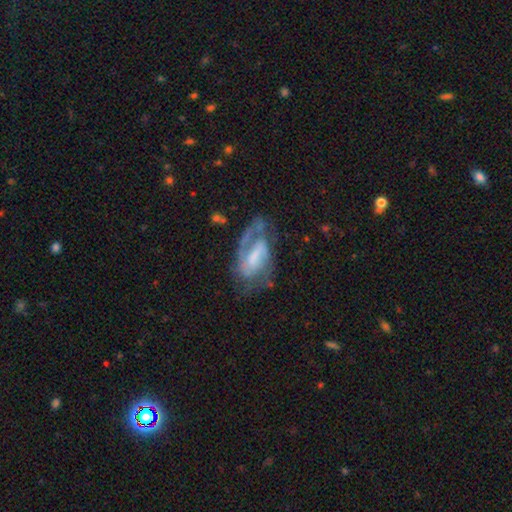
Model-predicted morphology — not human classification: Smooth or featured: featured or disk — 76% (smooth — 17%)
Edge-on disk: no — 96% (yes — 4%)
Bar: weak — 45% (strong — 30%)
Spiral arms: yes — 86% (no — 14%)
Spiral winding: medium — 48% (tight — 30%)
Spiral arm count: 2 — 56% (1 — 20%)
Bulge size: small — 30% (moderate — 29%)
Merging: none — 46% (major disturbance — 27%)